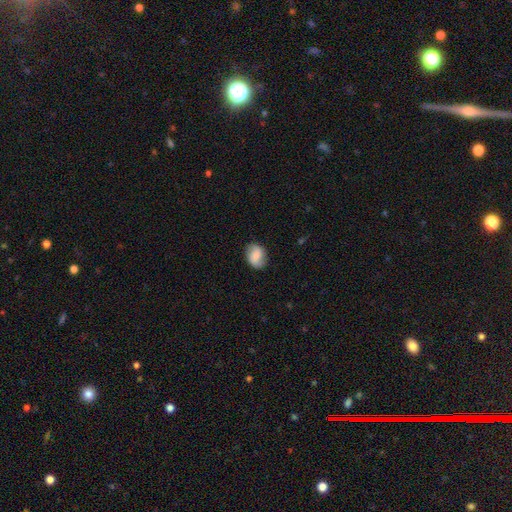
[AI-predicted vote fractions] smooth 68%, featured or disk 24%, star or artifact 8%. Down the decision tree: how rounded — in between (66%); merging — none (79%).